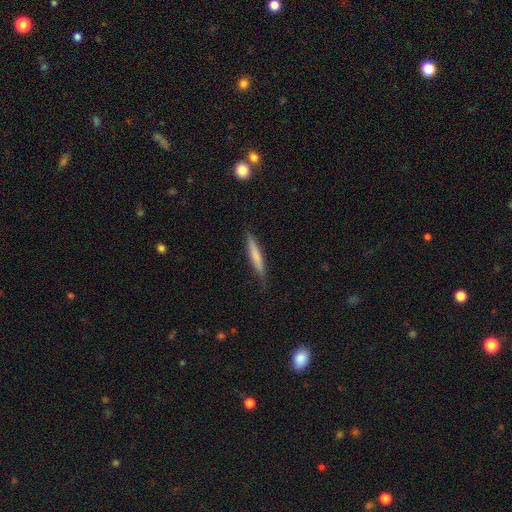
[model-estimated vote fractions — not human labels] Morphology: type=smooth (65%); roundness=cigar-shaped (94%); merging=none (82%).